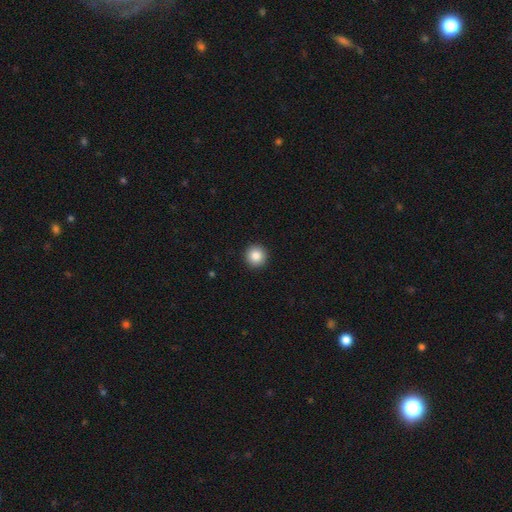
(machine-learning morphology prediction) Smooth or featured? smooth (86%)
How rounded? round (96%)
Merging? none (94%)